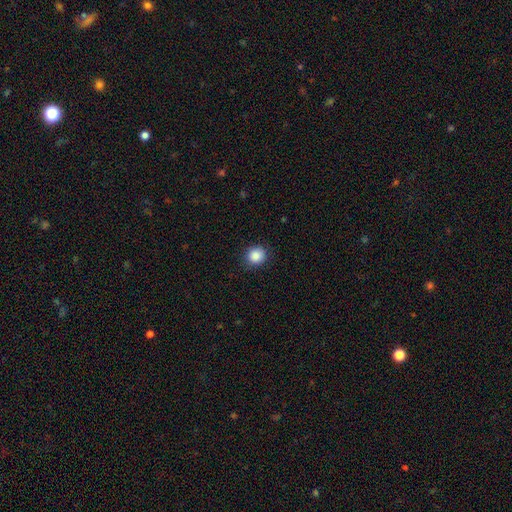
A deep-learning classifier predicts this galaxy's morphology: Smooth or featured?
  - smooth: 87% *
  - star or artifact: 9%
  - featured or disk: 3%
How rounded?
  - round: 87% *
  - in between: 12%
  - cigar-shaped: 1%
Merging?
  - none: 87% *
  - minor disturbance: 10%
  - major disturbance: 2%
  - merger: 1%